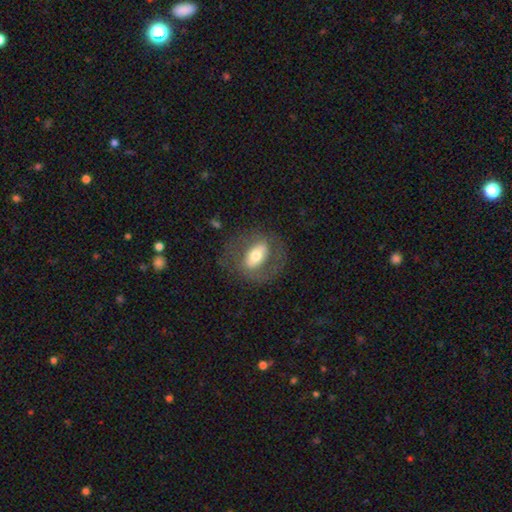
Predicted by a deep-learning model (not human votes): Smooth or featured? Predicted: featured or disk (p=0.53). Edge-on disk? Predicted: no (p=0.88). Merging? Predicted: none (p=0.68).